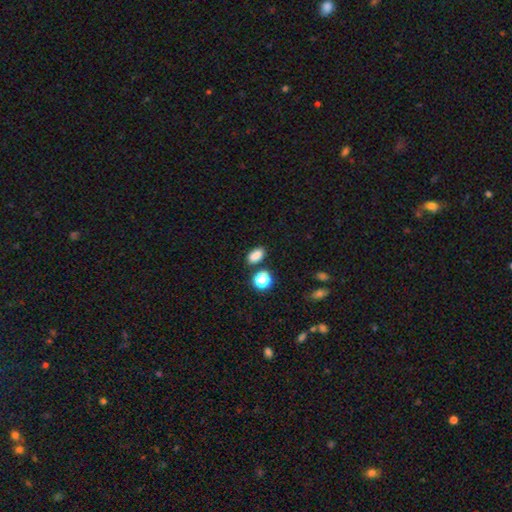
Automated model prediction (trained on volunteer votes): This appears to be a smooth galaxy with no disk features (83%) that is in between round and cigar-shaped (83%). Merging: none (78%).